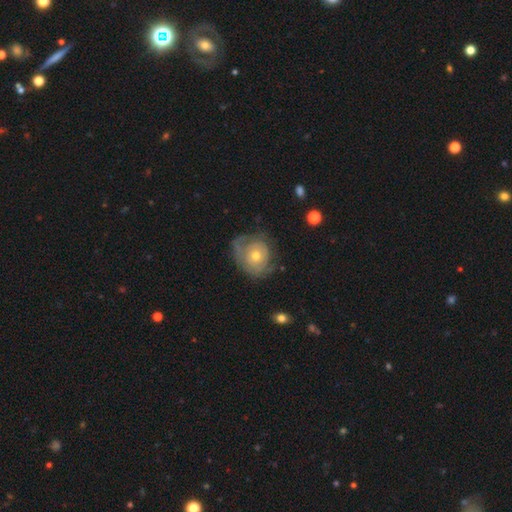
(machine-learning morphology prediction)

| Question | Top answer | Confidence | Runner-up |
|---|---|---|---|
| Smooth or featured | featured or disk | 55% | smooth (37%) |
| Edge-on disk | no | 96% | yes (4%) |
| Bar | no | 87% | weak (11%) |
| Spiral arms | yes | 61% | no (39%) |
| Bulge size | moderate | 51% | small (44%) |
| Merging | none | 50% | minor disturbance (27%) |